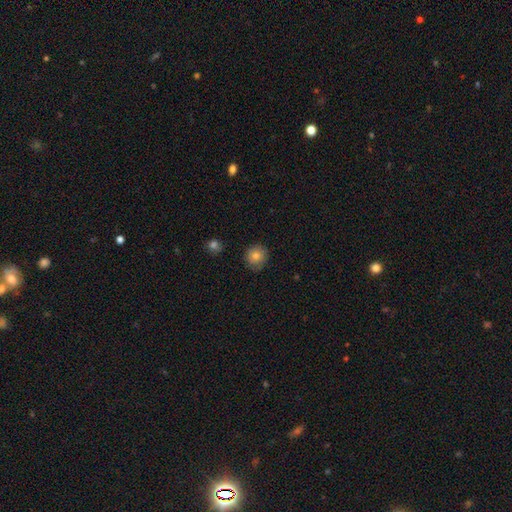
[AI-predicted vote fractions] This appears to be a smooth galaxy with no disk features (80%) that is round (90%). Merging: none (85%).